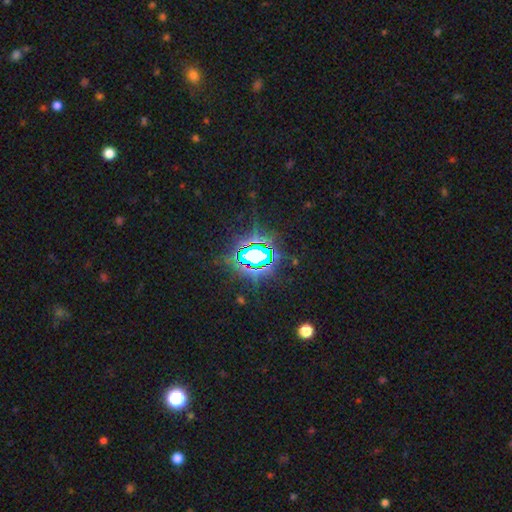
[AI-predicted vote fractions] Overall: star or artifact (79%).